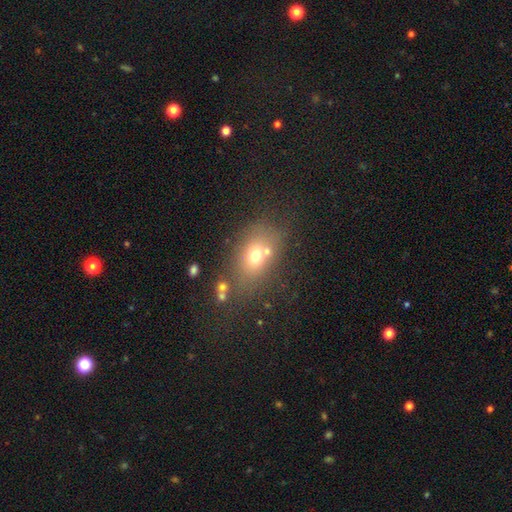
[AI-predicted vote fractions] A smooth galaxy with no disk features (67%) that is in between round and cigar-shaped (68%).

Vote fractions:
- Smooth or featured? smooth: 67% / featured or disk: 19% / star or artifact: 14%
- How rounded? in between: 68% / round: 30% / cigar-shaped: 2%
- Merging? none: 59% / merger: 19% / minor disturbance: 15% / major disturbance: 7%